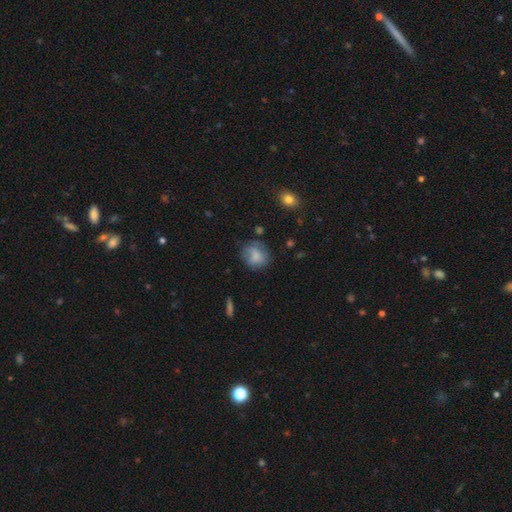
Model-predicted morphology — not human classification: Smooth or featured: smooth — 73% (featured or disk — 18%)
How rounded: round — 73% (in between — 26%)
Merging: none — 66% (minor disturbance — 23%)